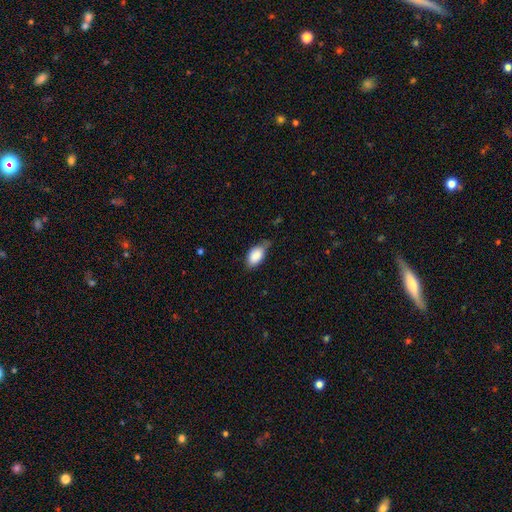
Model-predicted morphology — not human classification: A smooth galaxy with no disk features (87%) that is in between round and cigar-shaped (92%).

Vote fractions:
- Smooth or featured? smooth: 87% / star or artifact: 7% / featured or disk: 6%
- How rounded? in between: 92% / round: 6% / cigar-shaped: 2%
- Merging? none: 51% / minor disturbance: 38% / major disturbance: 9% / merger: 3%